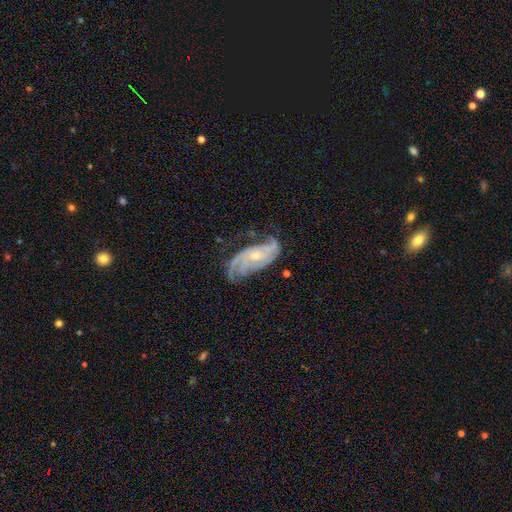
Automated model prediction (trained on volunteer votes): Smooth or featured?
  - featured or disk: 88% *
  - smooth: 6%
  - star or artifact: 6%
Edge-on disk?
  - no: 95% *
  - yes: 5%
Bar?
  - no: 68% *
  - weak: 24%
  - strong: 8%
Spiral arms?
  - yes: 97% *
  - no: 3%
Spiral winding?
  - tight: 56% *
  - medium: 35%
  - loose: 9%
Spiral arm count?
  - 3: 34% *
  - 2: 27%
  - can't tell: 16%
  - 4: 13%
  - more than 4: 5%
  - 1: 5%
Bulge size?
  - small: 55% *
  - moderate: 42%
  - large: 1%
  - none: 1%
  - dominant: 1%
Merging?
  - none: 65% *
  - minor disturbance: 23%
  - major disturbance: 10%
  - merger: 2%